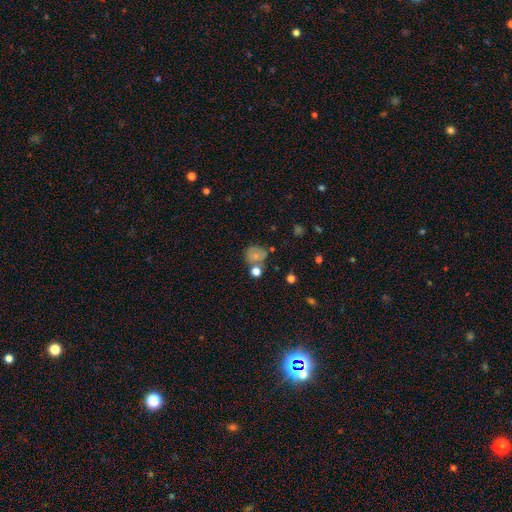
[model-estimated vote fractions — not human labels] A smooth galaxy with no disk features (73%) that is round (76%).

Vote fractions:
- Smooth or featured? smooth: 73% / featured or disk: 14% / star or artifact: 13%
- How rounded? round: 76% / in between: 23% / cigar-shaped: 1%
- Merging? none: 53% / merger: 20% / minor disturbance: 19% / major disturbance: 8%